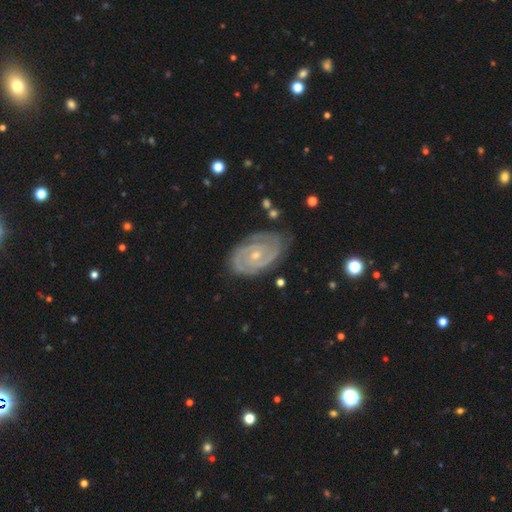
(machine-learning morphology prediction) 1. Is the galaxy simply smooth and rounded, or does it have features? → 90% featured or disk, 5% smooth, 5% star or artifact.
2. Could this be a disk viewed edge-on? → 97% no, 3% yes.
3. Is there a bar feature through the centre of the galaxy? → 63% no, 29% weak, 8% strong.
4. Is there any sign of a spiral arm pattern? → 97% yes, 3% no.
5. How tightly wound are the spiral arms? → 72% tight, 24% medium, 4% loose.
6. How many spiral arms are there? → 72% 2, 11% 3, 9% can't tell, 3% 4, 3% 1, 2% more than 4.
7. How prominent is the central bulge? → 65% small, 32% moderate, 1% none, 1% large, 1% dominant.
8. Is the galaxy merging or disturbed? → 77% none, 17% minor disturbance, 4% major disturbance, 2% merger.